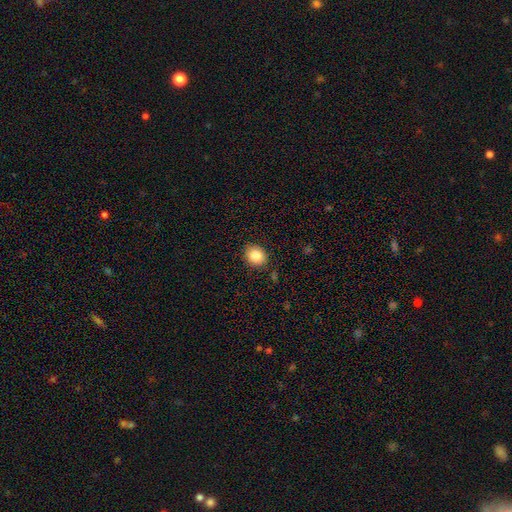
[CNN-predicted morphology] This is clearly a smooth galaxy (83%). How rounded: likely round (63%). Merging: clearly none (87%).